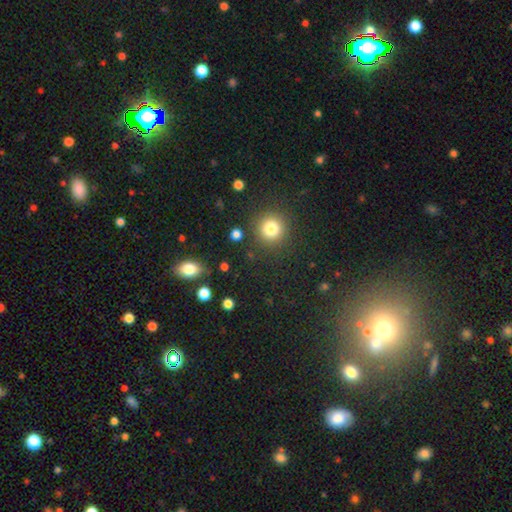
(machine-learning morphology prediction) type=smooth (51%); roundness=round (92%); merging=none (87%).